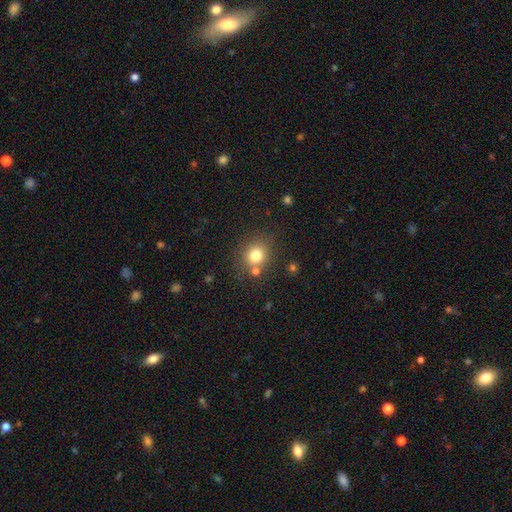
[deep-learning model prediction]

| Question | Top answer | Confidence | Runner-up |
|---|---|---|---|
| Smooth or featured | smooth | 78% | star or artifact (13%) |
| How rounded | round | 82% | in between (17%) |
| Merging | none | 73% | merger (12%) |